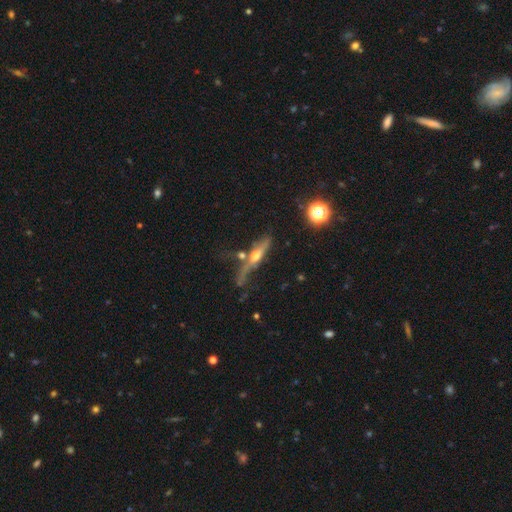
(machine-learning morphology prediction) This appears to be a featured or disk galaxy (65%) viewed edge-on (85%) with a rounded central bulge (88%). Merging: none (47%).